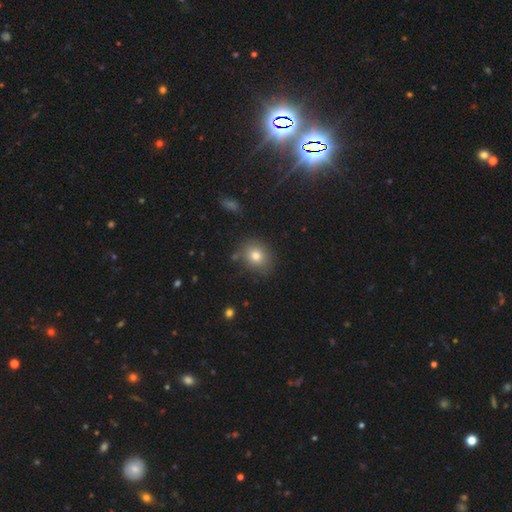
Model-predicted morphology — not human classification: A smooth galaxy with no disk features (79%) that is round (63%). Merging: none (81%).